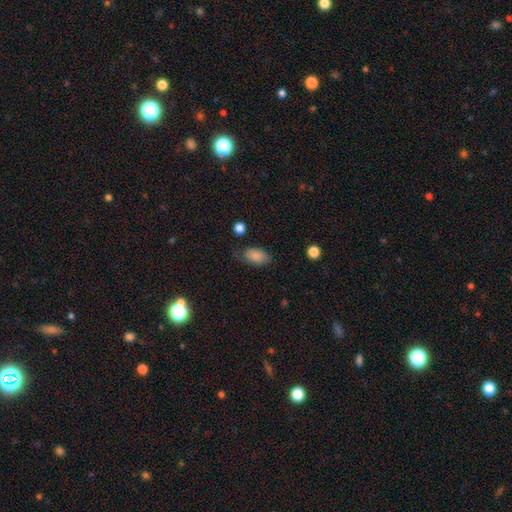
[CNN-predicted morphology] smooth-or-featured: smooth: 86% | star or artifact: 8% | featured or disk: 6%
  how-rounded: in between: 92% | round: 6% | cigar-shaped: 2%
  merging: none: 69% | minor disturbance: 23% | major disturbance: 6% | merger: 2%